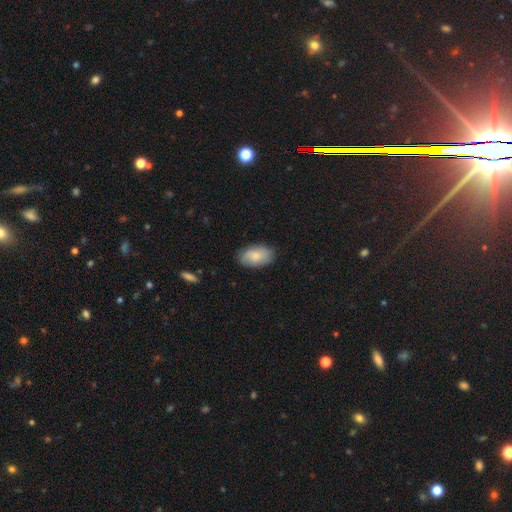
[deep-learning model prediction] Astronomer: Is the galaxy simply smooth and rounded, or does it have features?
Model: smooth — 71%.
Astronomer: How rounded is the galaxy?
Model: in between — 92%.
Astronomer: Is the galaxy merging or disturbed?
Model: none — 79%.